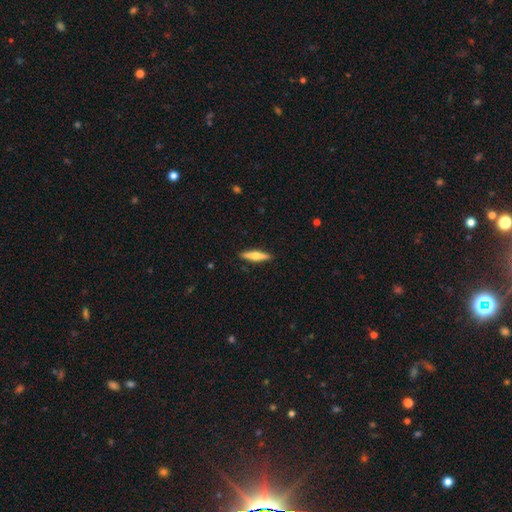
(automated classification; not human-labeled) Smooth or featured: smooth — 49% (featured or disk — 45%)
Merging: none — 90% (minor disturbance — 7%)